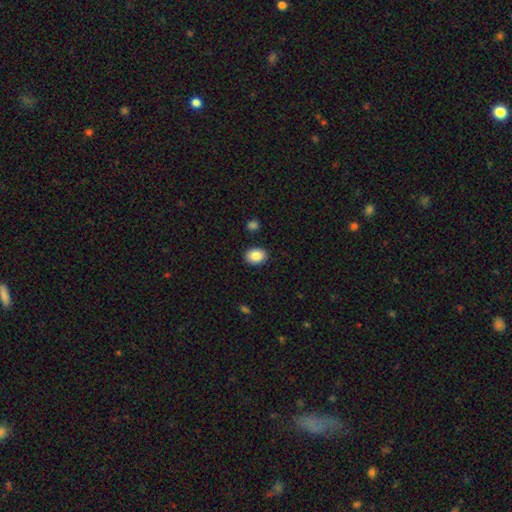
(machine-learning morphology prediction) This appears to be a smooth galaxy with no disk features (87%) that is in between round and cigar-shaped (66%). Merging: none (89%).